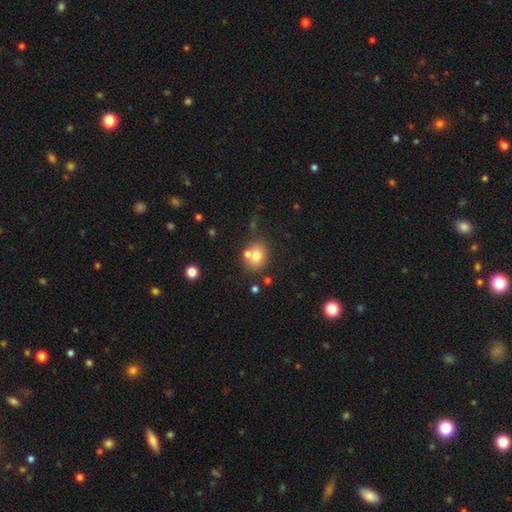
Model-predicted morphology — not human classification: smooth 74%, featured or disk 14%, star or artifact 12%. Down the decision tree: how rounded — round (60%); merging — none (62%).